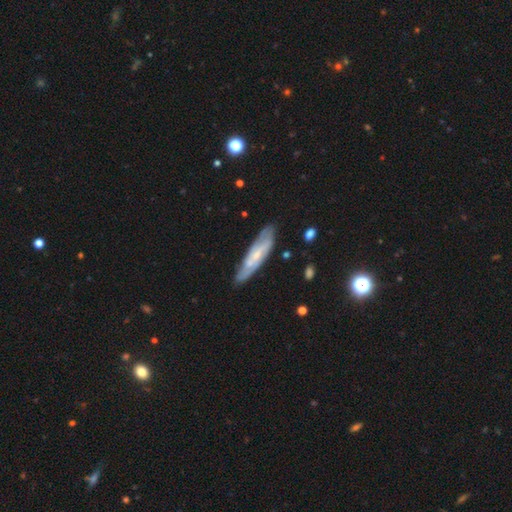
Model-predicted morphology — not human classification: Smooth or featured: featured or disk — 60% (smooth — 34%)
Edge-on disk: no — 61% (yes — 39%)
Merging: none — 76% (minor disturbance — 18%)